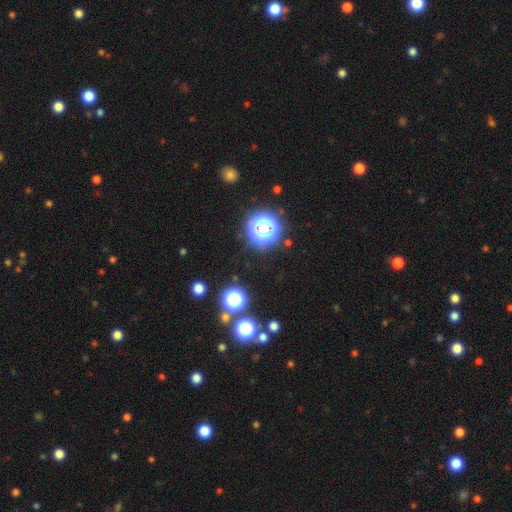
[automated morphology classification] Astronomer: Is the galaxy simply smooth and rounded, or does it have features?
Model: star or artifact — 76%.